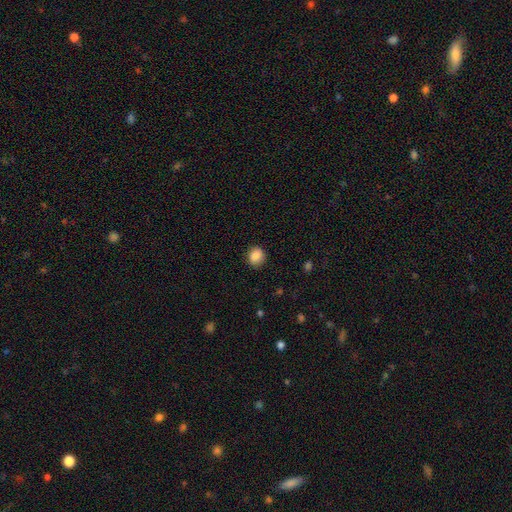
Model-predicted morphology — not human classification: Smooth or featured? Predicted: smooth (p=0.86). How rounded? Predicted: round (p=0.72). Merging? Predicted: none (p=0.86).